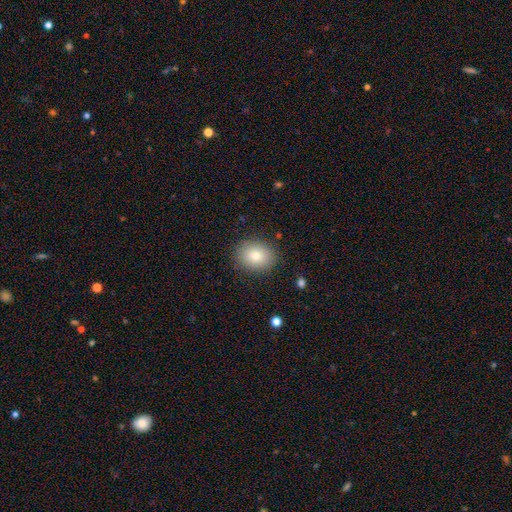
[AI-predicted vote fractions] This is clearly a smooth galaxy (83%). How rounded: possibly in between (50%). Merging: clearly none (86%).